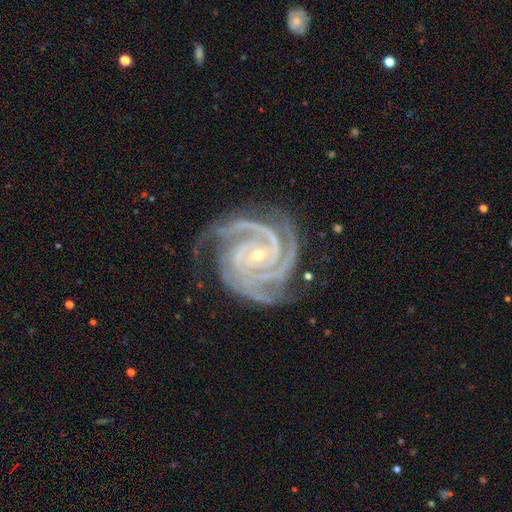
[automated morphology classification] This is clearly a featured or disk galaxy (93%). It is clearly not viewed edge-on (98%). Bar: possibly no (55%). Spiral arm pattern: clearly yes (99%). Spiral arm count: marginally 3 (44%). Spiral winding: likely tight (79%). Central bulge: clearly small (81%). Merging: likely none (75%).